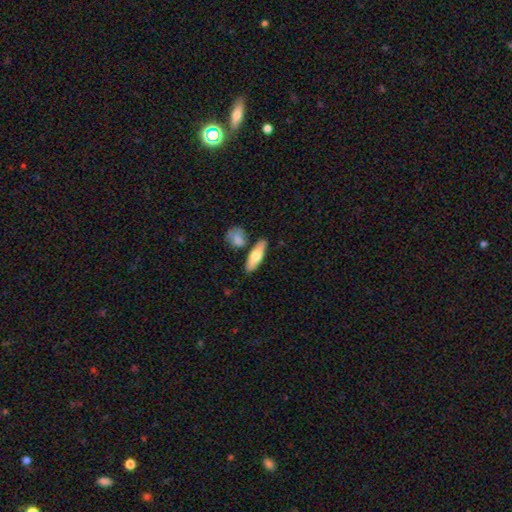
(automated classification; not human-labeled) A smooth galaxy with no disk features (63%) that is in between round and cigar-shaped (51%). Merging: none (77%).